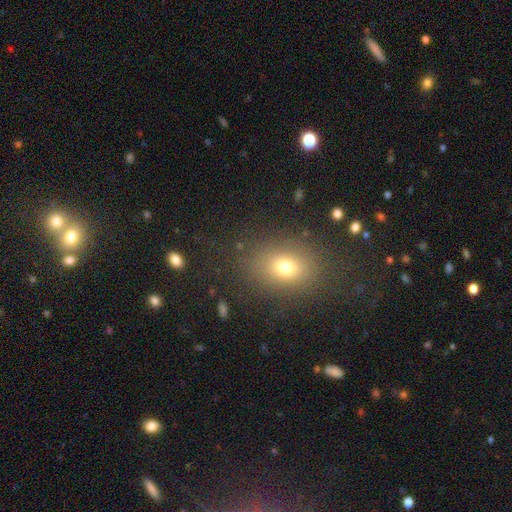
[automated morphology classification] Smooth or featured: smooth — 60% (star or artifact — 30%)
How rounded: in between — 62% (round — 35%)
Merging: none — 86% (minor disturbance — 8%)